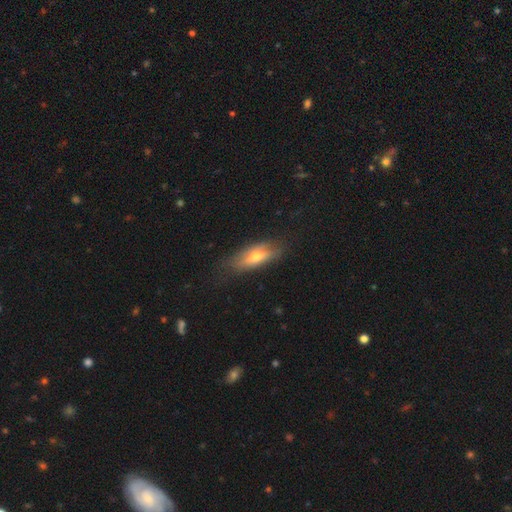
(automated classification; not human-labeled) Smooth or featured? smooth (50%)
Merging? none (71%)